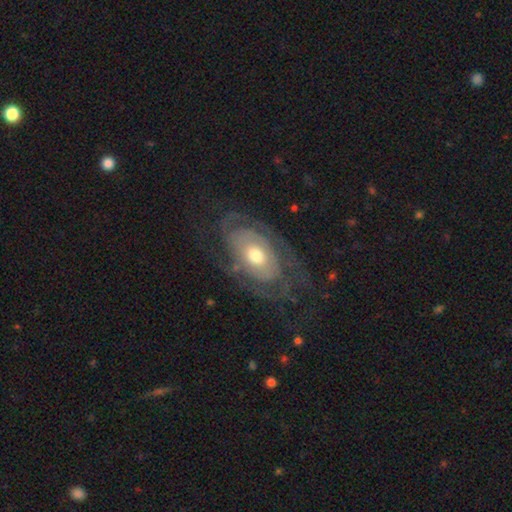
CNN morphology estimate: type=featured or disk (78%); edge-on=no (94%); bar=no (81%); spiral arms=yes (78%); winding=tight (61%); arm count=can't tell (43%); bulge=moderate (68%); merging=none (65%).